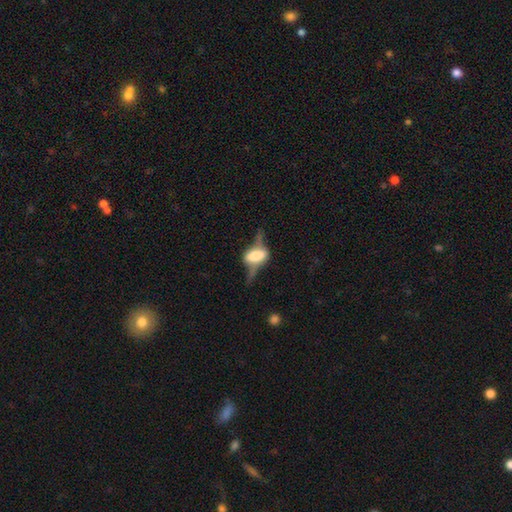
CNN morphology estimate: Overall: featured or disk (69%). Edge-on disk: yes (76%). Edge-on bulge: rounded (82%). Merging: none (50%; major disturbance 23%).